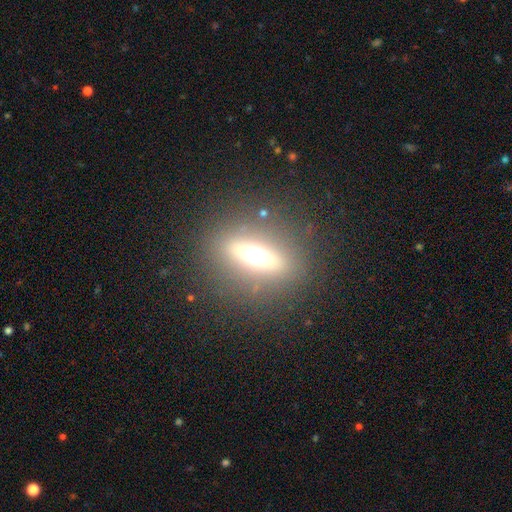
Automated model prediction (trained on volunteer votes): Smooth or featured? featured or disk (41%)
Merging? none (84%)